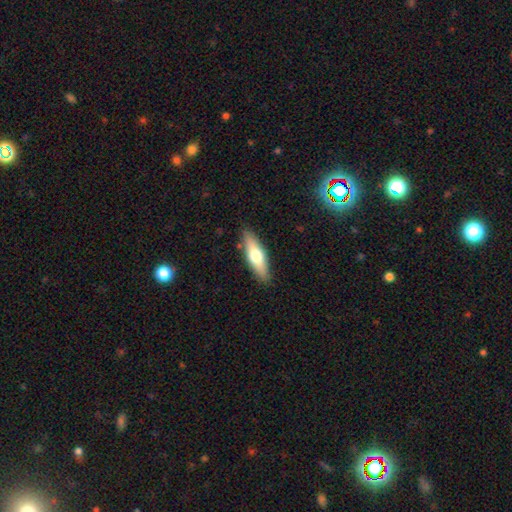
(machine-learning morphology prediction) Overall: smooth (57%; featured or disk 37%). How rounded: cigar-shaped (55%; in between 43%). Merging: none (87%).